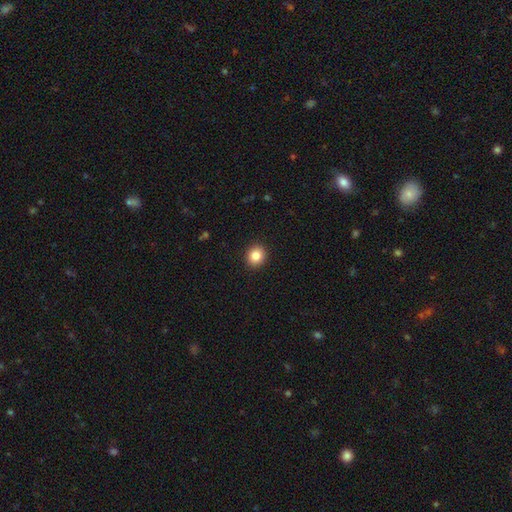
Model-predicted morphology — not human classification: type=smooth (85%); roundness=round (82%); merging=none (92%).